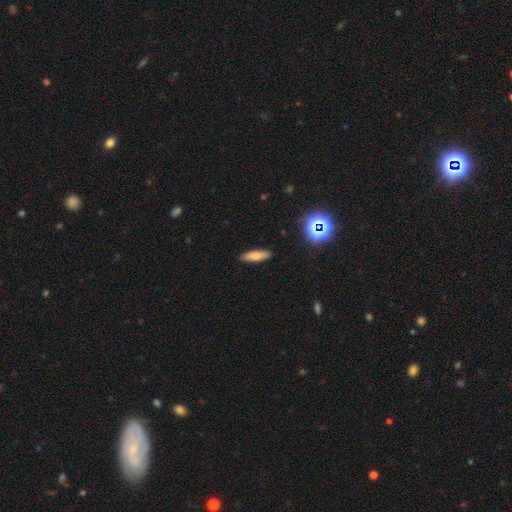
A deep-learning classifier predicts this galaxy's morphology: smooth_or_featured: smooth (p=0.77) [alt: featured or disk p=0.13]
how_rounded: cigar-shaped (p=0.55) [alt: in between p=0.43]
merging: none (p=0.88) [alt: minor disturbance p=0.09]